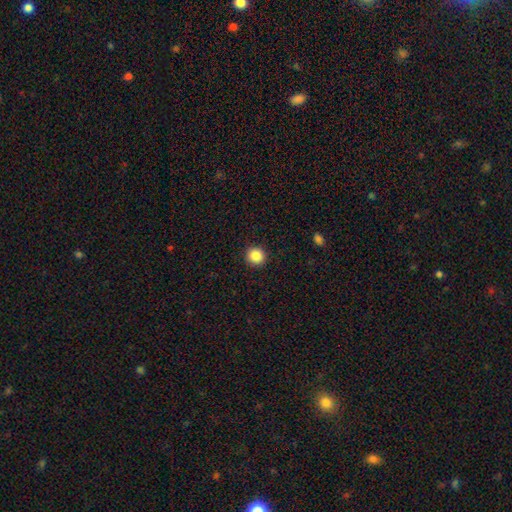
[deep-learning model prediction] Smooth or featured: smooth — 87% (star or artifact — 10%)
How rounded: round — 94% (in between — 5%)
Merging: none — 92% (minor disturbance — 5%)